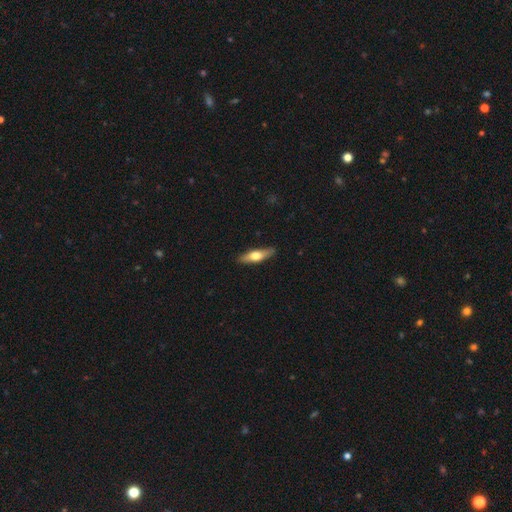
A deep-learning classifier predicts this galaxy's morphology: smooth 55%, featured or disk 40%, star or artifact 5%. Down the decision tree: how rounded — cigar-shaped (61%); merging — none (88%).